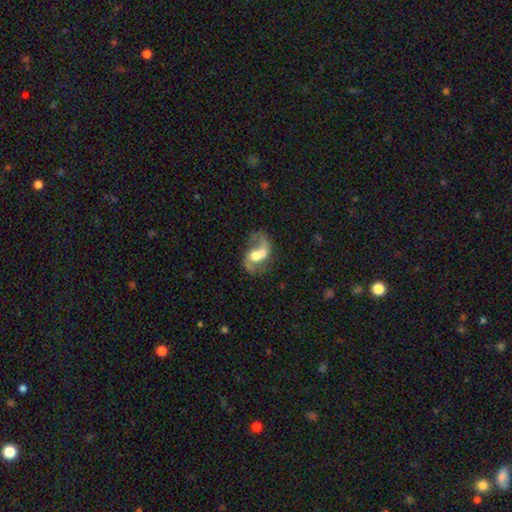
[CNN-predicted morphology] Smooth or featured: featured or disk — 79% (smooth — 14%)
Edge-on disk: no — 97% (yes — 3%)
Bar: no — 44% (weak — 38%)
Spiral arms: yes — 89% (no — 11%)
Spiral winding: loose — 70% (medium — 25%)
Spiral arm count: 2 — 88% (1 — 6%)
Bulge size: moderate — 60% (large — 22%)
Merging: none — 53% (minor disturbance — 16%)